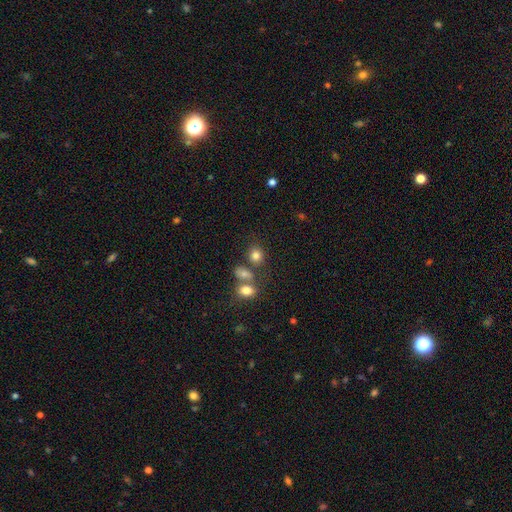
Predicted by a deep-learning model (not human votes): This is likely a smooth galaxy (79%). How rounded: likely round (66%). Merging: likely none (61%).